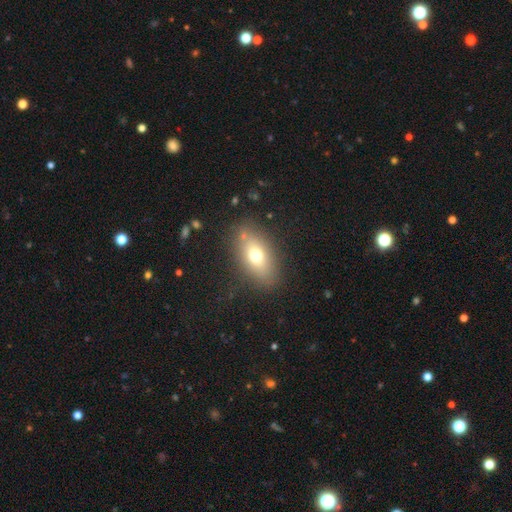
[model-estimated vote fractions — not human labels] Overall: smooth (68%). How rounded: in between (83%). Merging: none (80%).